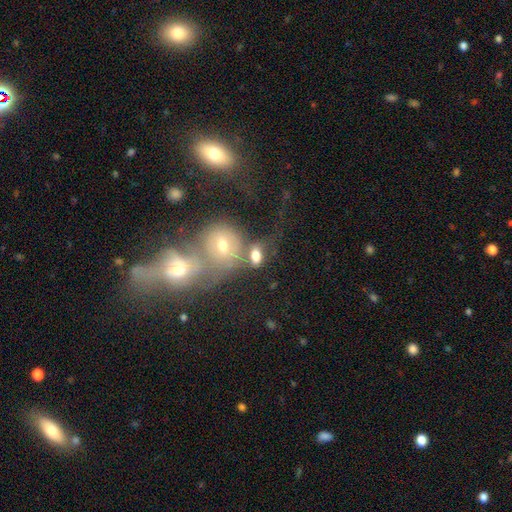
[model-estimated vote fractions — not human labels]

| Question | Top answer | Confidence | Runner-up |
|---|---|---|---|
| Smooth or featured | smooth | 70% | featured or disk (20%) |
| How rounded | in between | 74% | round (22%) |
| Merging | none | 37% | merger (36%) |